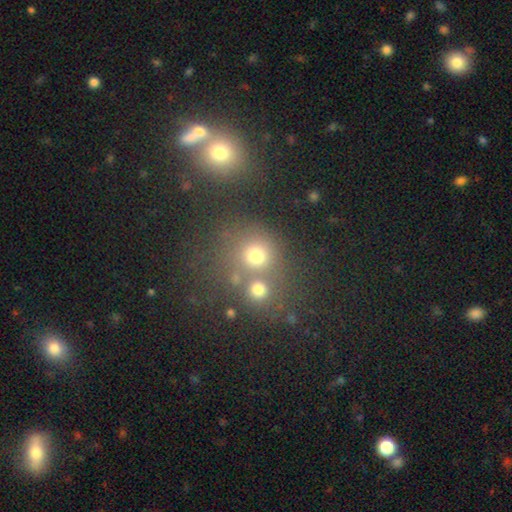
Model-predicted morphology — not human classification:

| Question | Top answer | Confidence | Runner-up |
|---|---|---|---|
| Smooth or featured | smooth | 71% | star or artifact (20%) |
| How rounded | round | 86% | in between (13%) |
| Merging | none | 52% | merger (34%) |